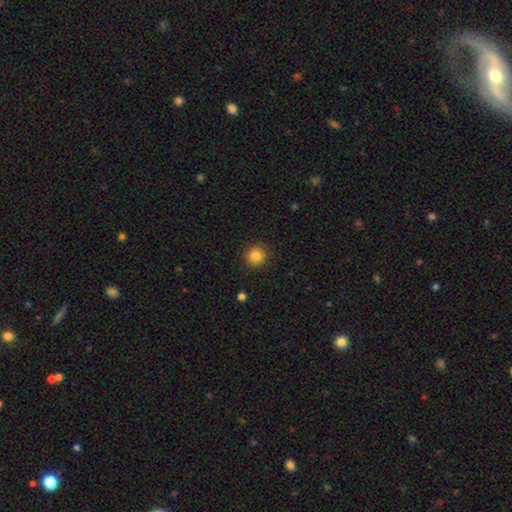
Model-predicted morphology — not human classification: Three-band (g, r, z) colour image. It shows a smooth galaxy with no disk features (84%) that is round (94%). Merging: none (92%).